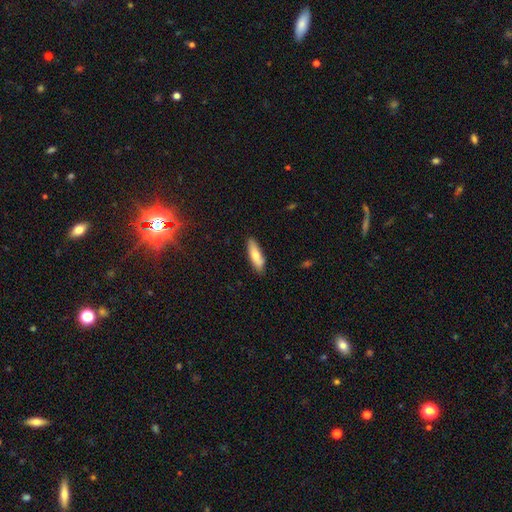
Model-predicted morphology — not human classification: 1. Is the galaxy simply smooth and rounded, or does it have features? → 77% smooth, 17% featured or disk, 6% star or artifact.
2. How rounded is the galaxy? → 54% cigar-shaped, 44% in between, 2% round.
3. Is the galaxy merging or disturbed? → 82% none, 14% minor disturbance, 2% major disturbance, 2% merger.